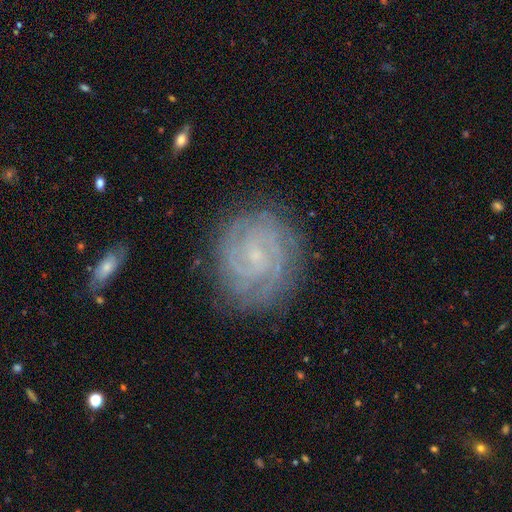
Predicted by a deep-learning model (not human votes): A featured or disk galaxy (86%) with no bar (61%), 2 (39%) tight (79%) spiral arms (98%) and a small central bulge (83%).

Vote fractions:
- Smooth or featured? featured or disk: 86% / smooth: 7% / star or artifact: 7%
- Edge-on disk? no: 98% / yes: 2%
- Bar? no: 61% / weak: 31% / strong: 8%
- Spiral arms? yes: 98% / no: 2%
- Spiral winding? tight: 79% / medium: 18% / loose: 3%
- Spiral arm count? 2: 39% / 3: 21% / can't tell: 17% / 4: 11% / more than 4: 6% / 1: 6%
- Bulge size? small: 83% / moderate: 9% / none: 7% / large: 1% / dominant: 1%
- Merging? none: 82% / minor disturbance: 13% / major disturbance: 4% / merger: 1%